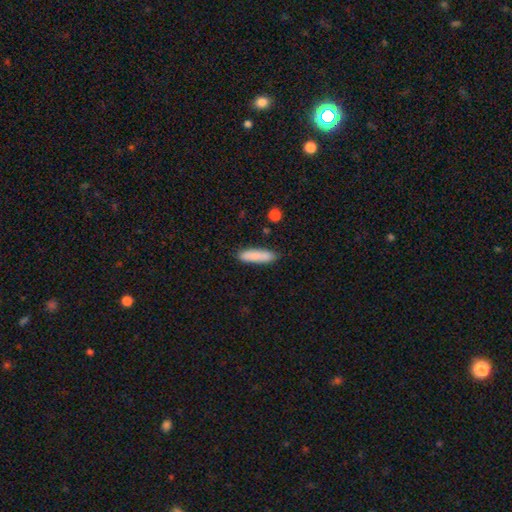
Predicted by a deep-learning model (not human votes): smooth 85%, featured or disk 9%, star or artifact 6%. Down the decision tree: how rounded — cigar-shaped (71%); merging — none (84%).